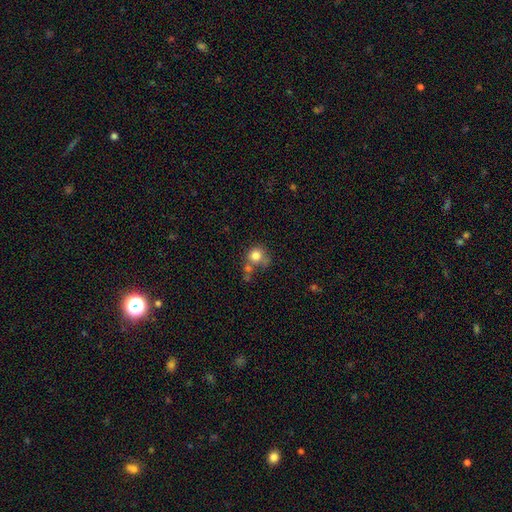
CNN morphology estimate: Q: Smooth or featured?
A: smooth (79%); runner-up: star or artifact (11%)
Q: How rounded?
A: round (84%); runner-up: in between (15%)
Q: Merging?
A: none (48%); runner-up: merger (28%)